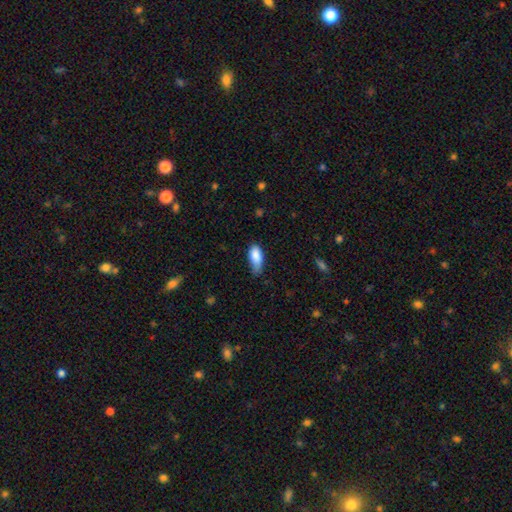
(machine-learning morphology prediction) type=smooth (85%); roundness=in between (89%); merging=minor disturbance (47%).